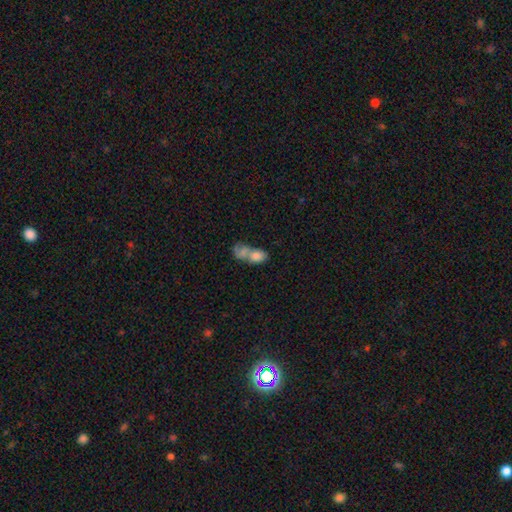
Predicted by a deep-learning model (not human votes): This appears to be a smooth galaxy with no disk features (75%) that is in between round and cigar-shaped (78%). Merging: merger (73%).